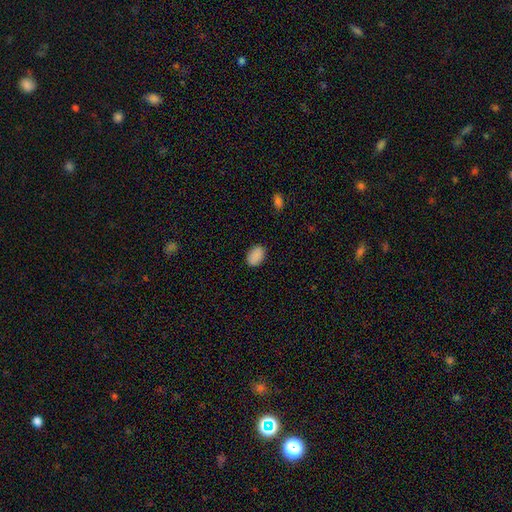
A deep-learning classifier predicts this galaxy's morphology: This appears to be a smooth galaxy with no disk features (89%) that is in between round and cigar-shaped (87%). Merging: none (86%).